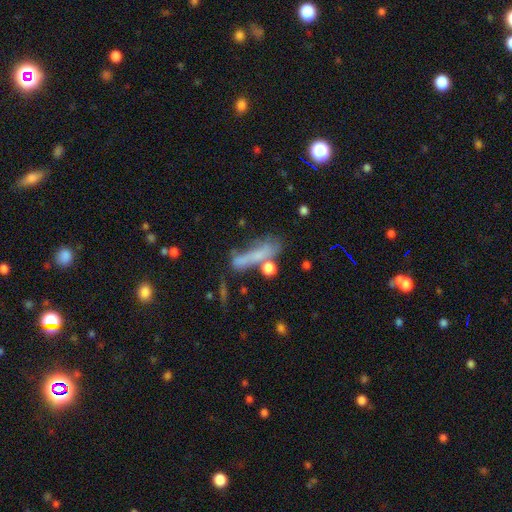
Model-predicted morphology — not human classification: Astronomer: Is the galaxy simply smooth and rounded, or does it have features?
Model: smooth — 52% (runner-up: featured or disk, 33%).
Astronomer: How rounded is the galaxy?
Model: cigar-shaped — 72%.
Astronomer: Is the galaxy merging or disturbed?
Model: none — 40% (runner-up: merger, 22%).